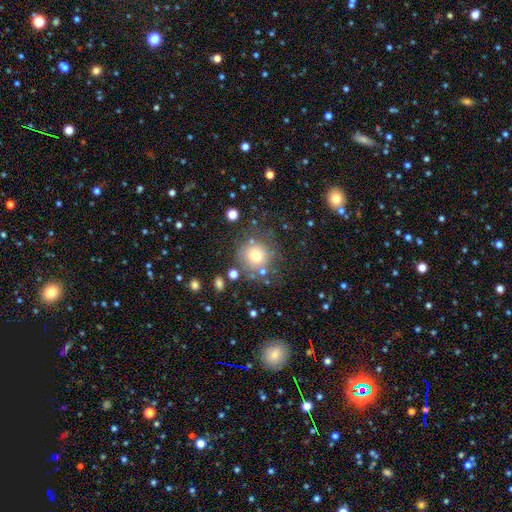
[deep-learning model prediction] smooth-or-featured: smooth: 70% | featured or disk: 16% | star or artifact: 14%
  how-rounded: round: 91% | in between: 8% | cigar-shaped: 1%
  merging: none: 70% | minor disturbance: 14% | major disturbance: 9% | merger: 7%